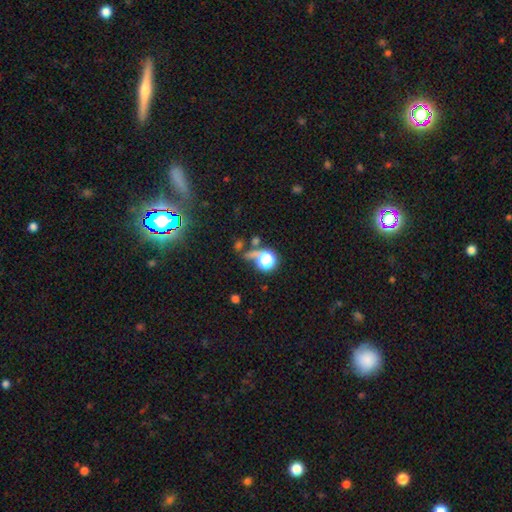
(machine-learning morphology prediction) type=smooth (49%); merging=none (53%).